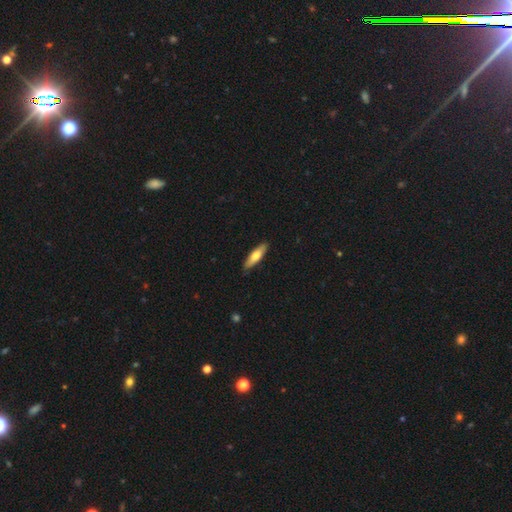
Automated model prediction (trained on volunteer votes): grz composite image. It shows a smooth galaxy with no disk features (62%) that is cigar-shaped (63%). Merging: none (88%).